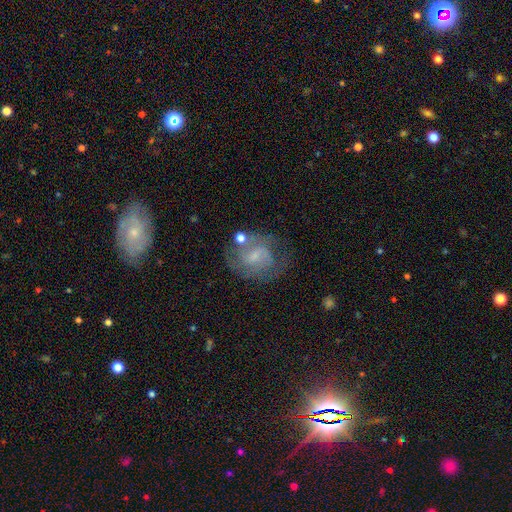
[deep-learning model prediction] This appears to be a featured or disk galaxy (64%) with a weak bar (52%), 2 (53%) medium (45%) spiral arms (81%) and a small central bulge (56%). Merging: none (56%).